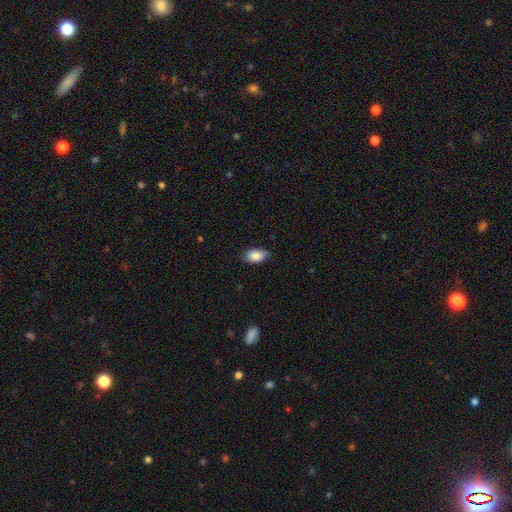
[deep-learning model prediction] The model was most divided on "merging": none: 75%, minor disturbance: 21%, major disturbance: 3%, merger: 1%. More confident: how rounded — in between (91%); smooth or featured — smooth (84%).